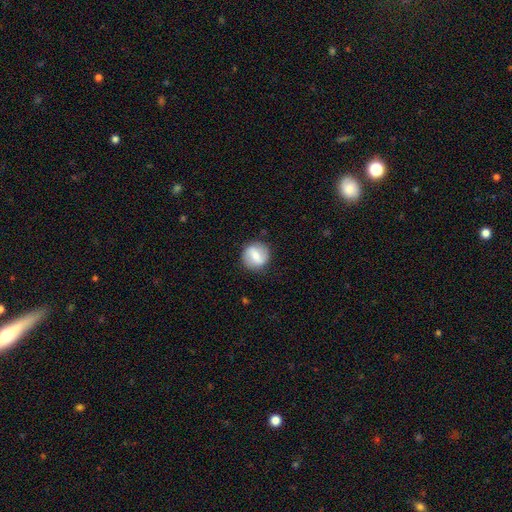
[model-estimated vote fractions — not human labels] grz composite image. It shows a smooth galaxy with no disk features (54%) that is round (86%). Merging: none (85%).